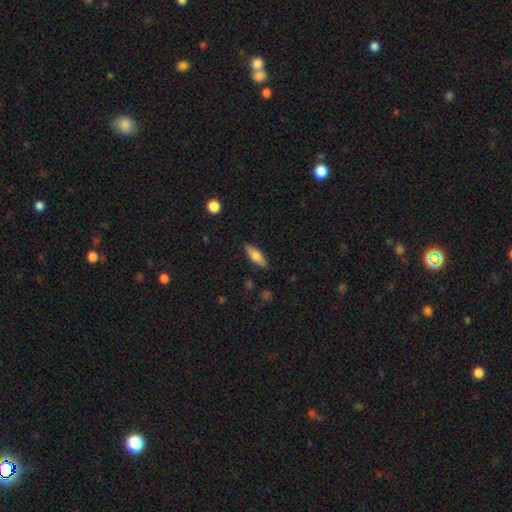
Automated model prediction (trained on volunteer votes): smooth 70%, featured or disk 23%, star or artifact 7%. Down the decision tree: how rounded — in between (58%); merging — none (86%).